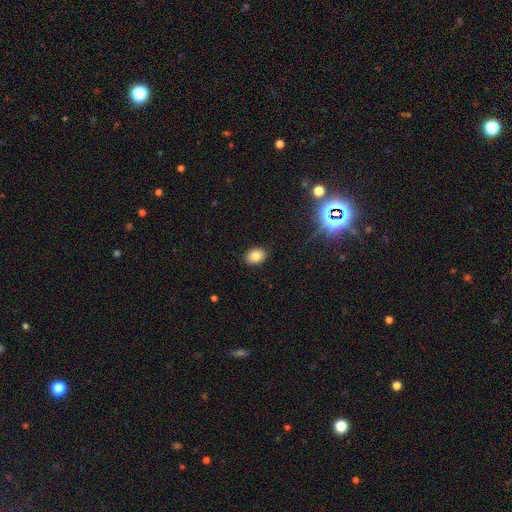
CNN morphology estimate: type=smooth (81%); roundness=in between (68%); merging=none (89%).